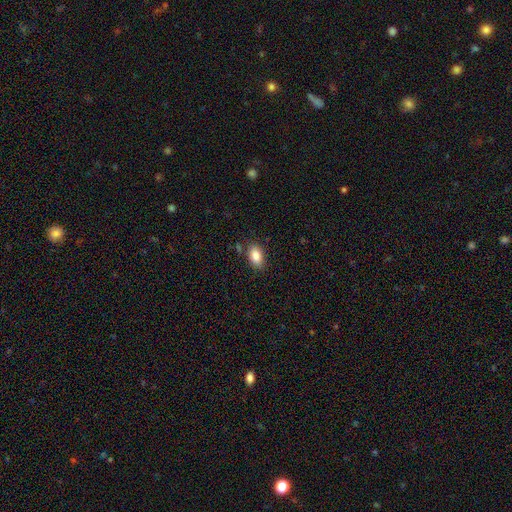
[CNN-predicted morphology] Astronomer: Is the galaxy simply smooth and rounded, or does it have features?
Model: smooth — 86%.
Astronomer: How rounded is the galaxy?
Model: in between — 91%.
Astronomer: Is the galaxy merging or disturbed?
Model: none — 83%.